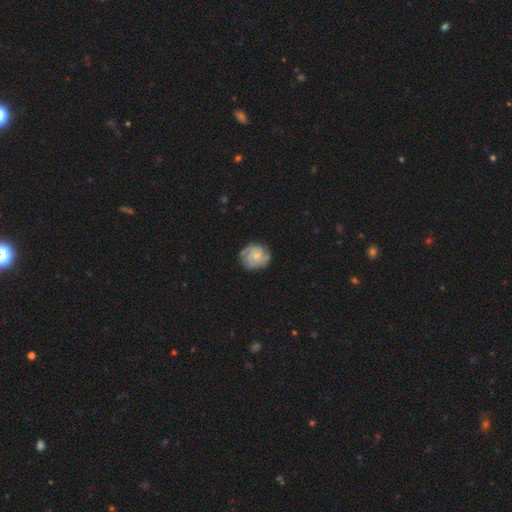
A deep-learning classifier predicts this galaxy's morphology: type=featured or disk (73%); edge-on=no (98%); bar=no (74%); spiral arms=yes (95%); winding=tight (61%); arm count=3 (34%); bulge=small (58%); merging=none (76%).